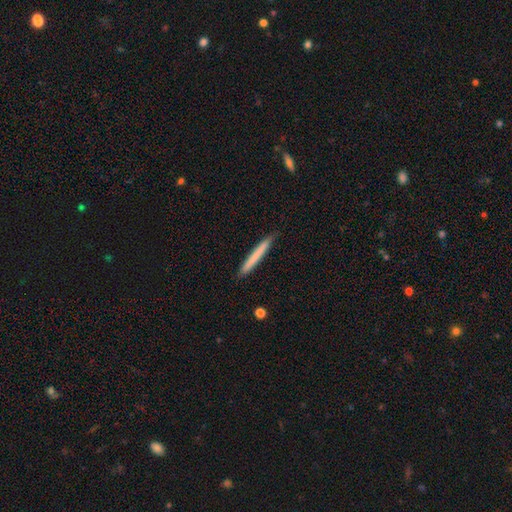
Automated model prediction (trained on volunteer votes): Q: Smooth or featured?
A: smooth (72%); runner-up: featured or disk (22%)
Q: How rounded?
A: cigar-shaped (97%); runner-up: in between (2%)
Q: Merging?
A: none (90%); runner-up: minor disturbance (8%)